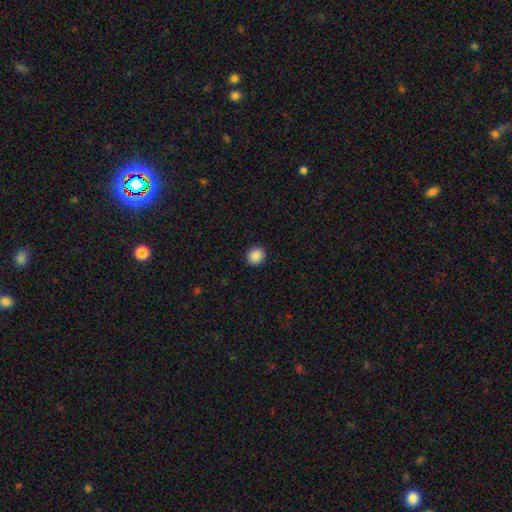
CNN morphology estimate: A smooth galaxy with no disk features (89%) that is round (75%).

Vote fractions:
- Smooth or featured? smooth: 89% / star or artifact: 9% / featured or disk: 2%
- How rounded? round: 75% / in between: 24% / cigar-shaped: 1%
- Merging? none: 91% / minor disturbance: 6% / major disturbance: 2% / merger: 1%